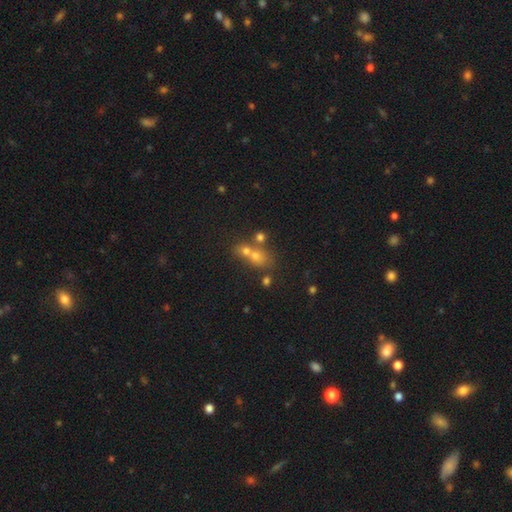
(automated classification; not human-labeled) Smooth or featured? smooth (56%)
How rounded? round (63%)
Merging? merger (51%)